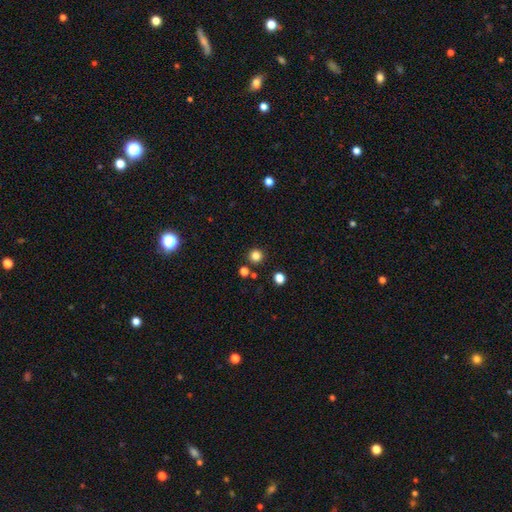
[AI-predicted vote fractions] This is clearly a smooth galaxy (82%). How rounded: clearly round (95%). Merging: clearly none (88%).